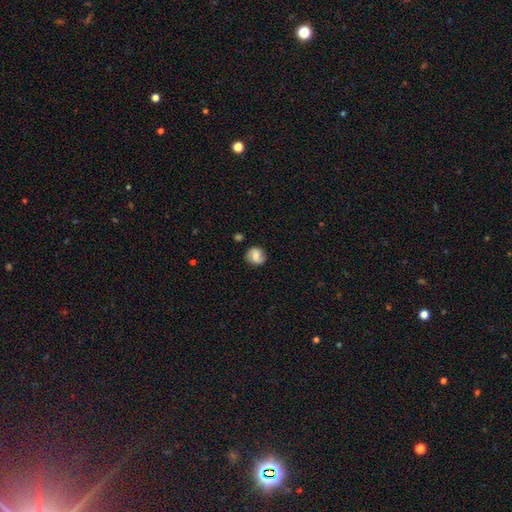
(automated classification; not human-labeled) smooth 53%, featured or disk 39%, star or artifact 9%. Down the decision tree: how rounded — round (76%); merging — none (79%).